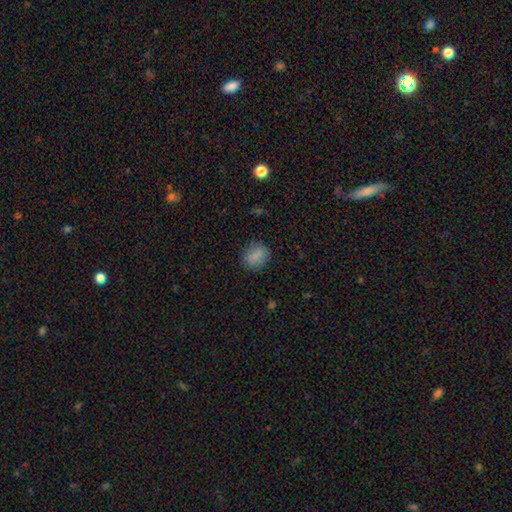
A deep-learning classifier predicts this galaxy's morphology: smooth 82%, star or artifact 10%, featured or disk 8%. Down the decision tree: how rounded — round (52%); merging — none (84%).